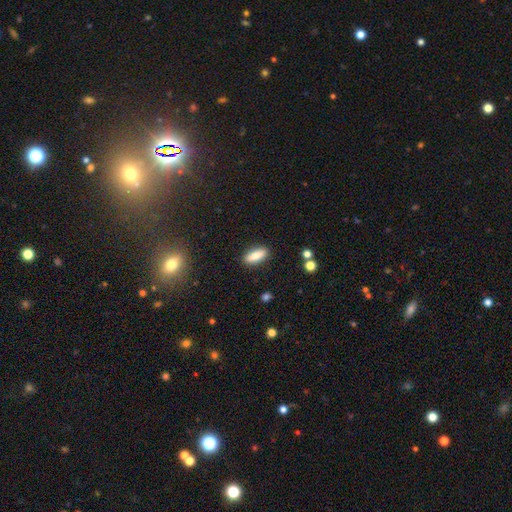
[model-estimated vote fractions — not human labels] A smooth galaxy with no disk features (79%) that is in between round and cigar-shaped (61%). Merging: none (88%).